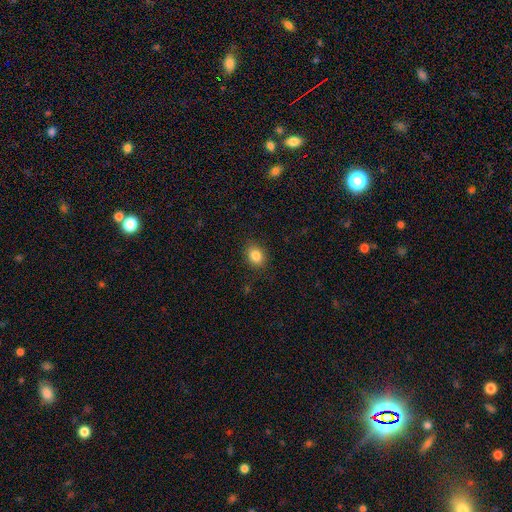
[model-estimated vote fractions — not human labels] The model was most divided on "how rounded": in between: 56%, round: 43%, cigar-shaped: 1%. More confident: merging — none (88%); smooth or featured — smooth (84%).